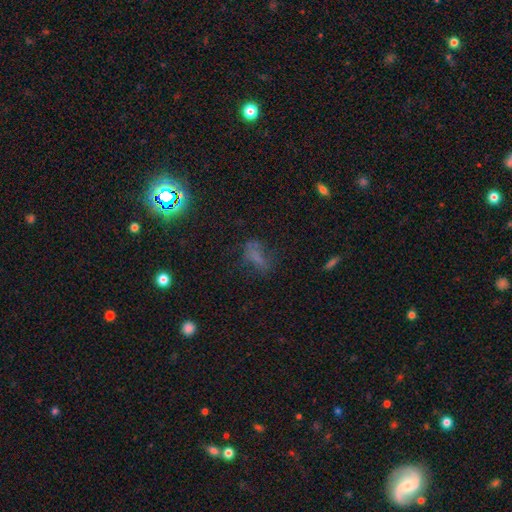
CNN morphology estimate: A smooth galaxy with no disk features (49%).

Vote fractions:
- Smooth or featured? smooth: 49% / star or artifact: 32% / featured or disk: 19%
- Merging? none: 48% / major disturbance: 24% / minor disturbance: 23% / merger: 5%